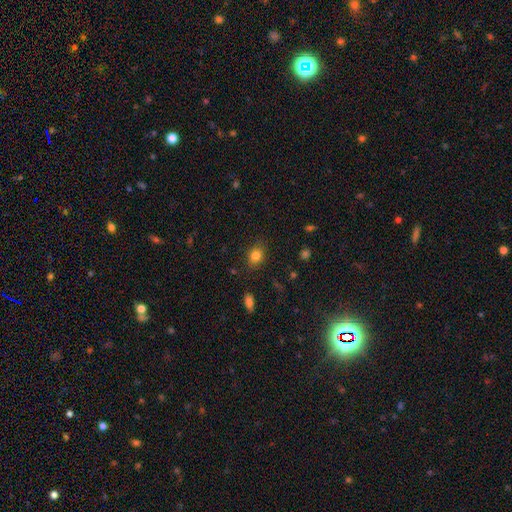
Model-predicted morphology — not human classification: A smooth galaxy with no disk features (82%) that is in between round and cigar-shaped (53%).

Vote fractions:
- Smooth or featured? smooth: 82% / star or artifact: 11% / featured or disk: 7%
- How rounded? in between: 53% / round: 46% / cigar-shaped: 1%
- Merging? none: 82% / minor disturbance: 13% / major disturbance: 3% / merger: 1%